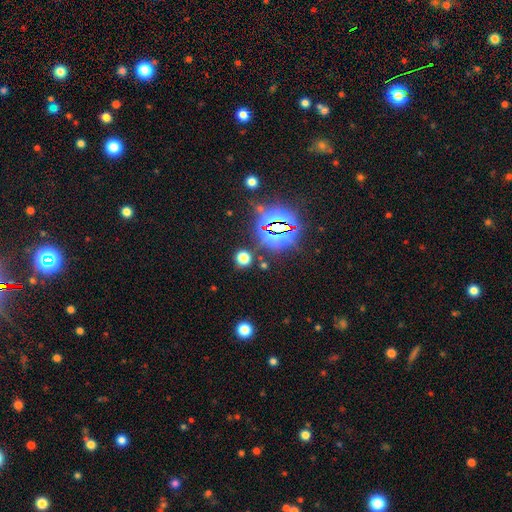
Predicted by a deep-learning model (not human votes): Smooth or featured: star or artifact — 80% (smooth — 13%)